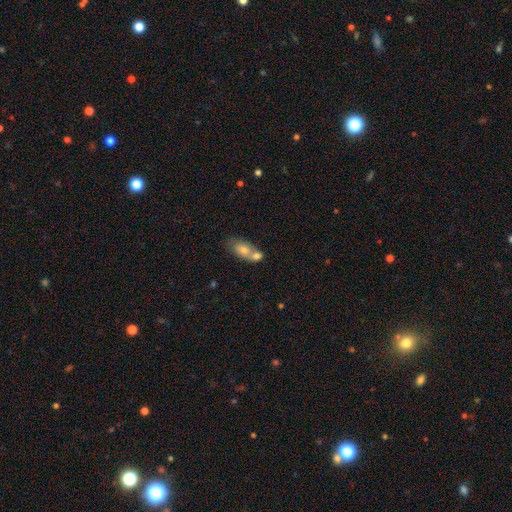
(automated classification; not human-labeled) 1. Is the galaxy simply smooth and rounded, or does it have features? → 68% smooth, 24% featured or disk, 8% star or artifact.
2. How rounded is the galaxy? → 81% in between, 11% round, 8% cigar-shaped.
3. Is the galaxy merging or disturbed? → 56% merger, 27% none, 11% minor disturbance, 5% major disturbance.